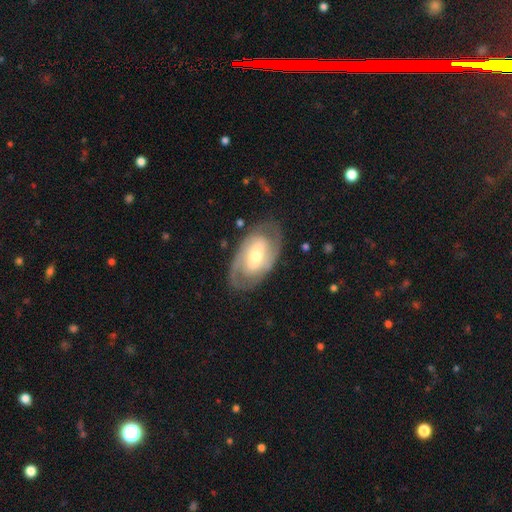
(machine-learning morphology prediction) Smooth or featured? featured or disk (76%)
Edge-on disk? no (94%)
Bar? weak (41%)
Spiral arms? yes (82%)
Spiral winding? tight (48%)
Spiral arm count? 2 (76%)
Bulge size? moderate (60%)
Merging? none (78%)